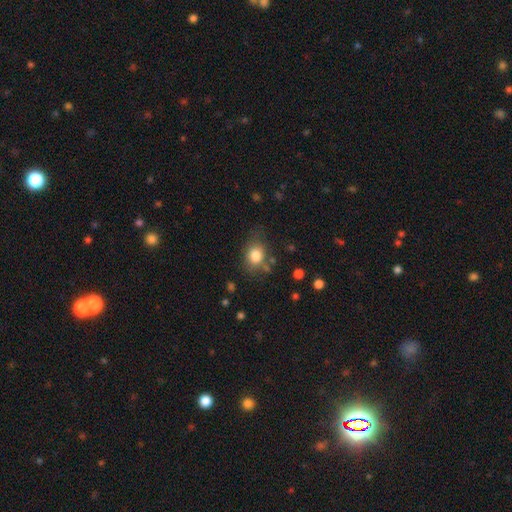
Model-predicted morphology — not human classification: This appears to be a smooth galaxy with no disk features (82%) that is in between round and cigar-shaped (50%). Merging: none (66%).